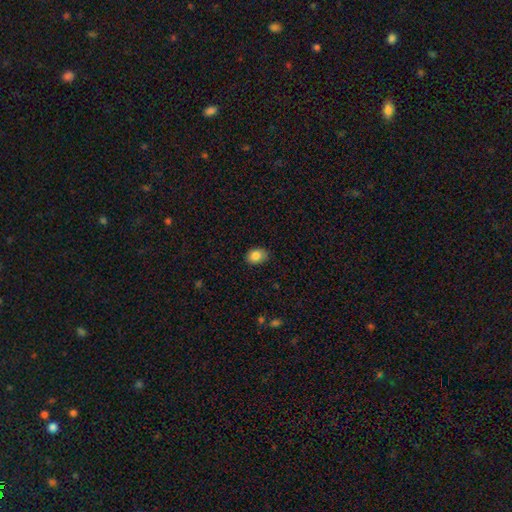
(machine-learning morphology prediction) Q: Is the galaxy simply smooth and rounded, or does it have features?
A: smooth — 84%.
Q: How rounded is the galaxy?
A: in between — 68%.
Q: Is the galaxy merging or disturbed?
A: none — 82%.